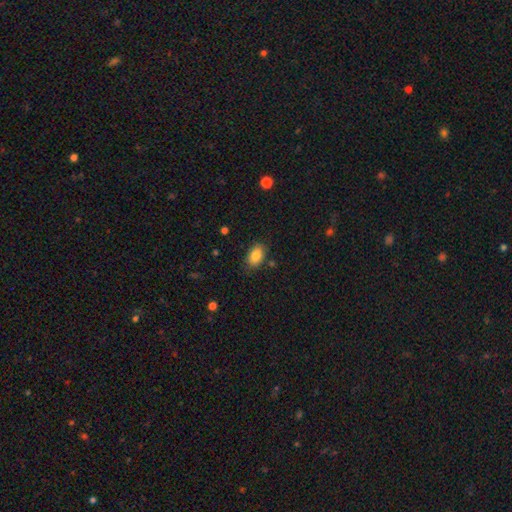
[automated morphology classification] Q: Smooth or featured?
A: smooth (85%); runner-up: star or artifact (8%)
Q: How rounded?
A: in between (89%); runner-up: round (10%)
Q: Merging?
A: none (83%); runner-up: minor disturbance (12%)